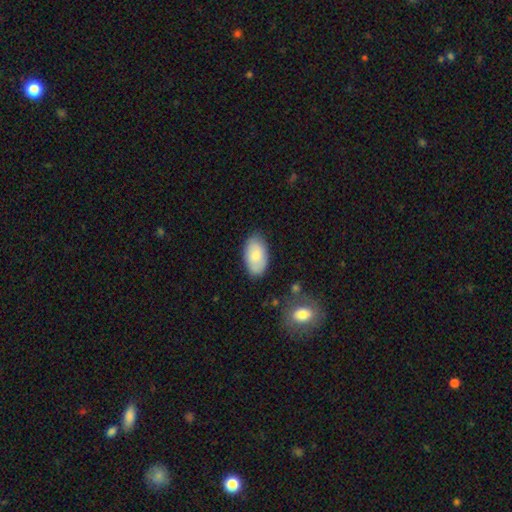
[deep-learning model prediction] Q: Smooth or featured?
A: smooth (75%); runner-up: featured or disk (19%)
Q: How rounded?
A: in between (94%); runner-up: round (5%)
Q: Merging?
A: none (78%); runner-up: minor disturbance (17%)